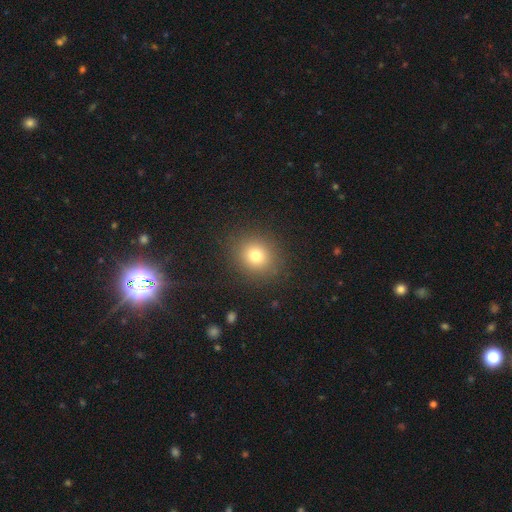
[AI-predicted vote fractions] This appears to be a smooth galaxy with no disk features (77%) that is round (76%). Merging: none (88%).